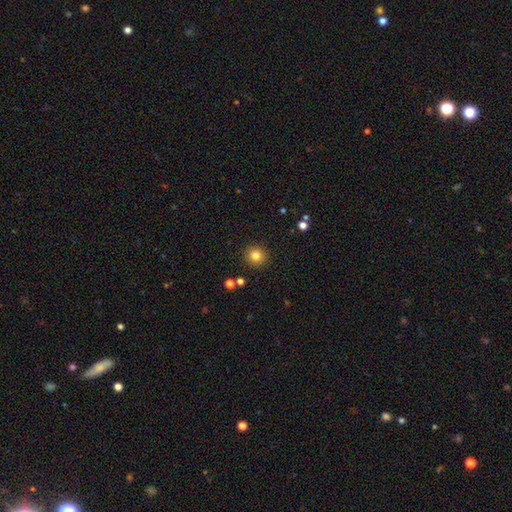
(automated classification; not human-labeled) Smooth or featured? Predicted: smooth (p=0.81). How rounded? Predicted: round (p=0.92). Merging? Predicted: none (p=0.91).